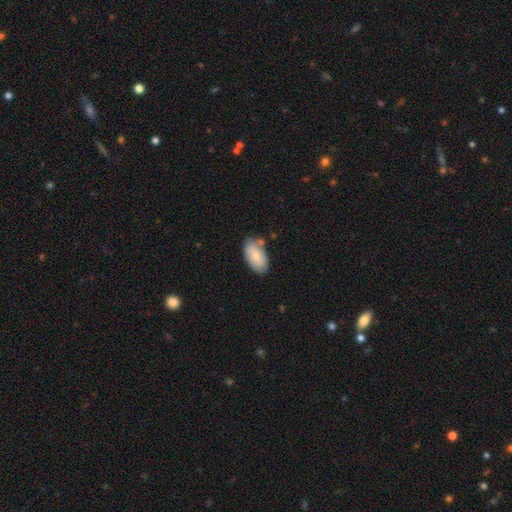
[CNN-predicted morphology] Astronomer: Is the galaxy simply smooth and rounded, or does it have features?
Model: smooth — 79%.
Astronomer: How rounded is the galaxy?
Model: in between — 95%.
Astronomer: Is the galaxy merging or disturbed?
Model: none — 72%.